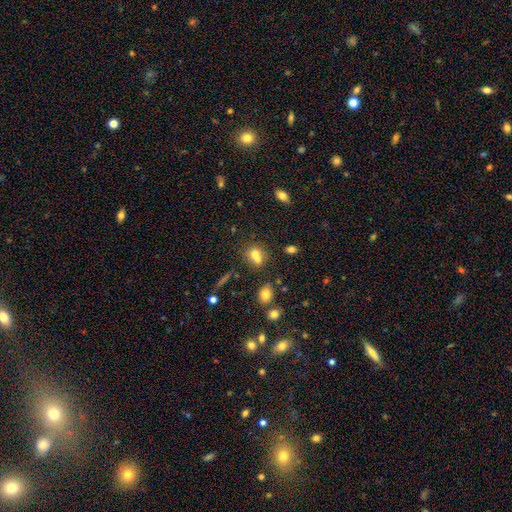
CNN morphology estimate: type=smooth (67%); roundness=round (61%); merging=merger (51%).